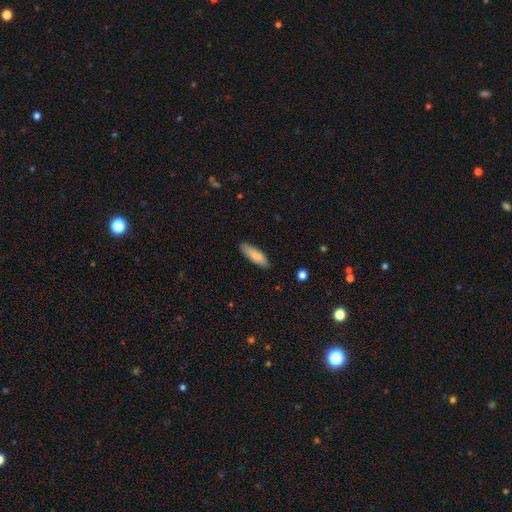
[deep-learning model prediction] Smooth or featured: smooth — 82% (featured or disk — 12%)
How rounded: cigar-shaped — 51% (in between — 48%)
Merging: none — 83% (minor disturbance — 13%)